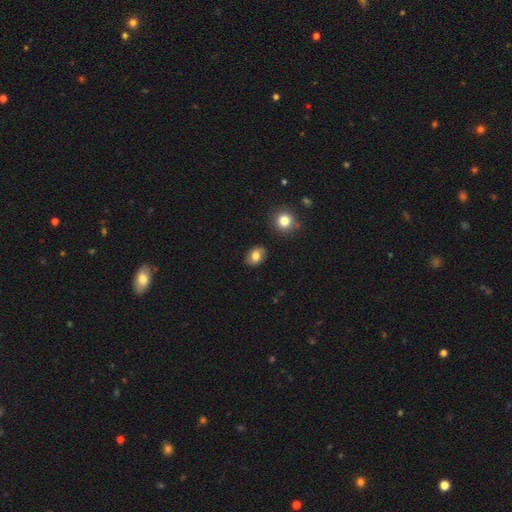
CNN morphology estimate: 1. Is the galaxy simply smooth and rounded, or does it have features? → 71% smooth, 20% featured or disk, 9% star or artifact.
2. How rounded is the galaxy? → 70% in between, 29% round, 1% cigar-shaped.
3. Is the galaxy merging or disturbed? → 84% none, 11% minor disturbance, 3% major disturbance, 2% merger.